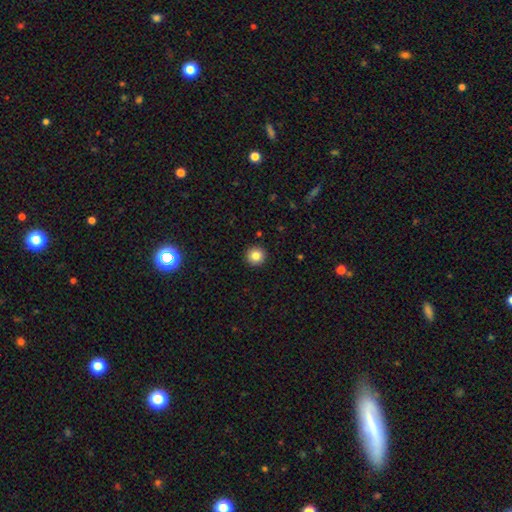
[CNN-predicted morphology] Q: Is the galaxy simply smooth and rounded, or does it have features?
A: smooth — 84%.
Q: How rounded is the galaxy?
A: round — 95%.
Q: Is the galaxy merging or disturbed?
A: none — 93%.